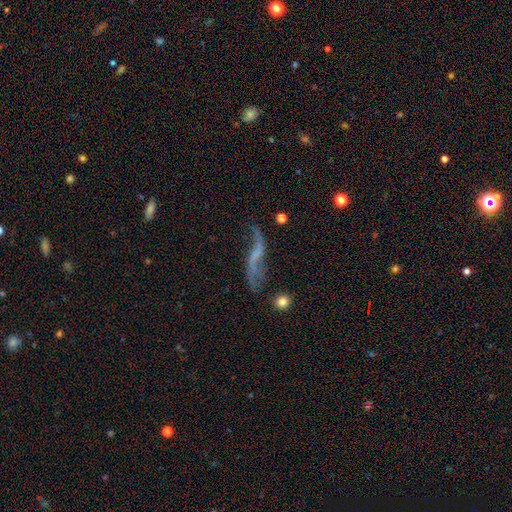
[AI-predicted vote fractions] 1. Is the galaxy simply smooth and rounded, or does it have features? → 73% featured or disk, 16% smooth, 11% star or artifact.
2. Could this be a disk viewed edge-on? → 82% no, 18% yes.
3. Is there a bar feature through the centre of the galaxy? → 46% no, 34% weak, 20% strong.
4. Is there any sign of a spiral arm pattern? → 82% yes, 18% no.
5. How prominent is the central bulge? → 62% none, 27% small, 8% moderate, 2% large, 1% dominant.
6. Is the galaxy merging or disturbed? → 50% none, 22% minor disturbance, 21% major disturbance, 7% merger.